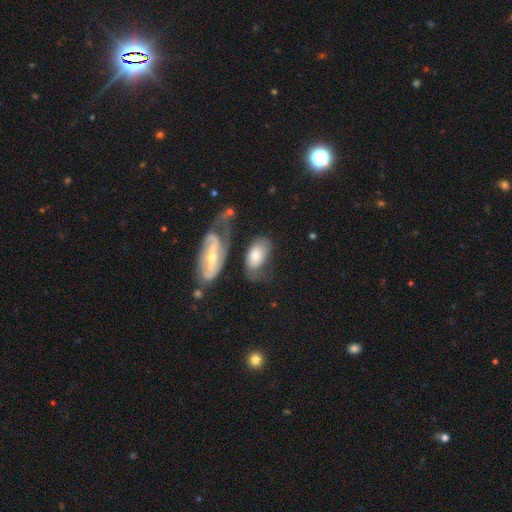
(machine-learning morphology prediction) This is possibly a smooth galaxy (52%). How rounded: clearly in between (88%). Merging: marginally none (33%).